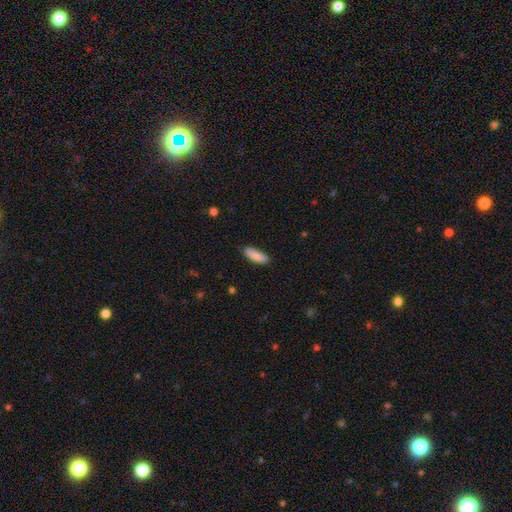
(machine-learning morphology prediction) smooth-or-featured: smooth: 87% | featured or disk: 7% | star or artifact: 6%
  how-rounded: in between: 57% | cigar-shaped: 42% | round: 2%
  merging: none: 83% | minor disturbance: 14% | major disturbance: 2% | merger: 1%